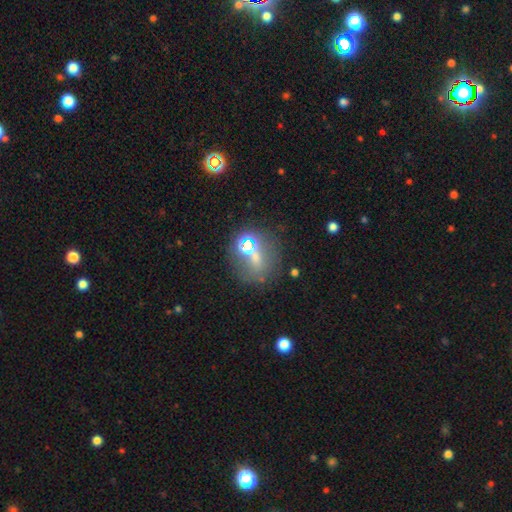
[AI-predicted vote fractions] This is marginally a smooth galaxy (44%). Merging: possibly none (52%).